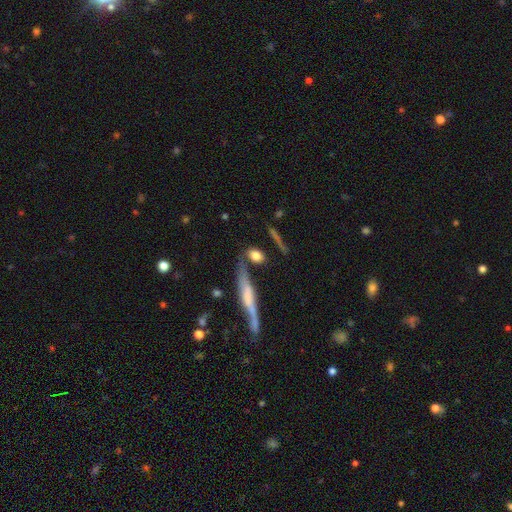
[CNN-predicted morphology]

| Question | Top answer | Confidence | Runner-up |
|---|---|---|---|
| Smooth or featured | smooth | 69% | featured or disk (23%) |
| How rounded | in between | 63% | cigar-shaped (20%) |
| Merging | none | 61% | merger (16%) |